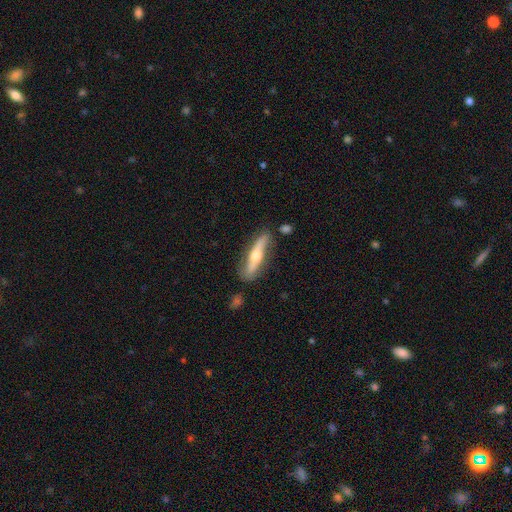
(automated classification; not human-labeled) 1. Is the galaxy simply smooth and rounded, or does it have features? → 64% featured or disk, 31% smooth, 5% star or artifact.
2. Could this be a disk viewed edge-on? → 77% yes, 23% no.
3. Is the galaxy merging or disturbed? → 79% none, 14% minor disturbance, 4% major disturbance, 3% merger.